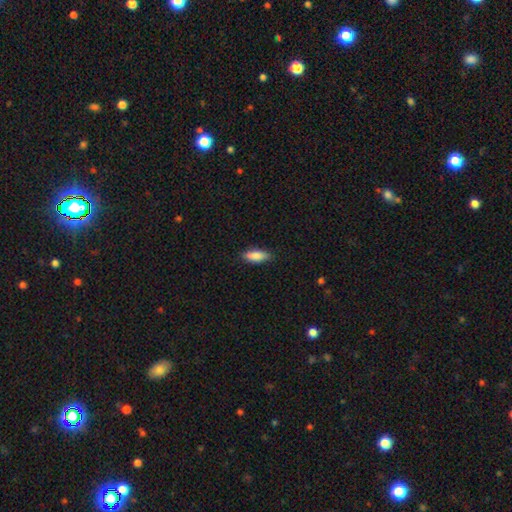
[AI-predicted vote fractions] smooth 84%, featured or disk 10%, star or artifact 6%. Down the decision tree: how rounded — in between (68%); merging — none (85%).